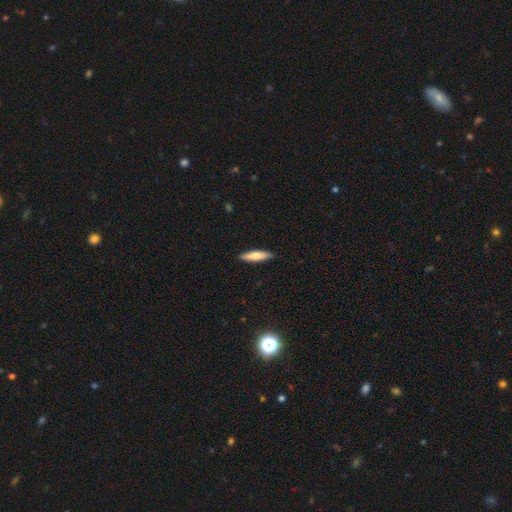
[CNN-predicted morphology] This appears to be a smooth galaxy with no disk features (70%) that is cigar-shaped (76%). Merging: none (89%).